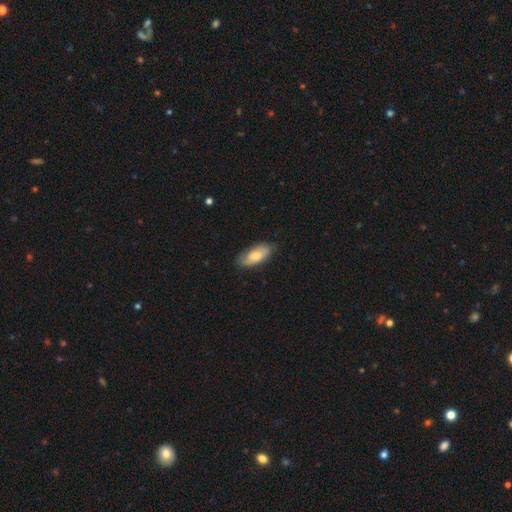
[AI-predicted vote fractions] smooth-or-featured: smooth: 60% | featured or disk: 34% | star or artifact: 6%
  how-rounded: in between: 87% | cigar-shaped: 10% | round: 3%
  merging: none: 77% | minor disturbance: 18% | major disturbance: 3% | merger: 1%